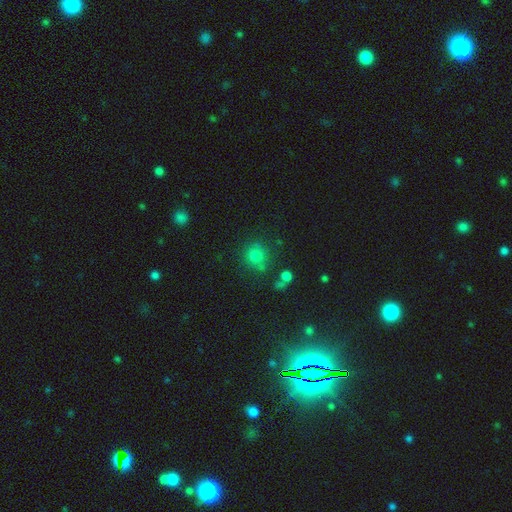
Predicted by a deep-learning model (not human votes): Morphology: type=smooth (77%); roundness=round (90%); merging=none (72%).